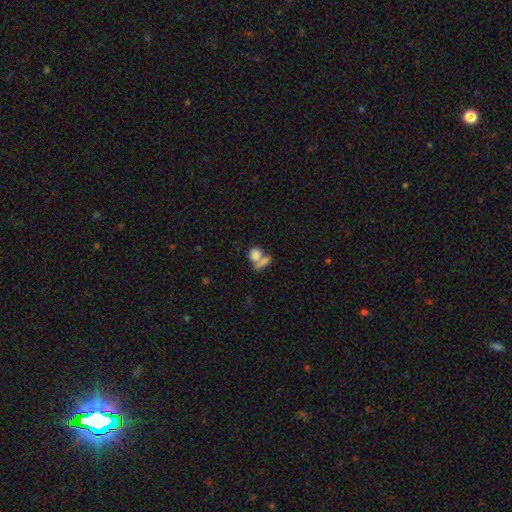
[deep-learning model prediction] Q: Smooth or featured?
A: smooth (79%); runner-up: featured or disk (11%)
Q: How rounded?
A: round (48%); runner-up: in between (47%)
Q: Merging?
A: merger (53%); runner-up: none (34%)